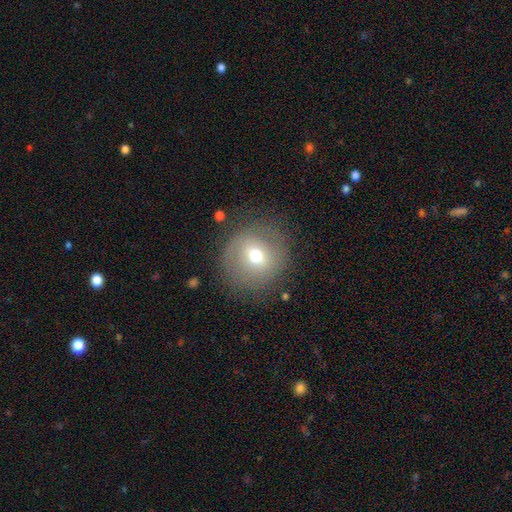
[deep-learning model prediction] Smooth or featured?
  - smooth: 62% *
  - featured or disk: 26%
  - star or artifact: 12%
How rounded?
  - round: 91% *
  - in between: 8%
  - cigar-shaped: 1%
Merging?
  - none: 81% *
  - minor disturbance: 11%
  - major disturbance: 6%
  - merger: 1%